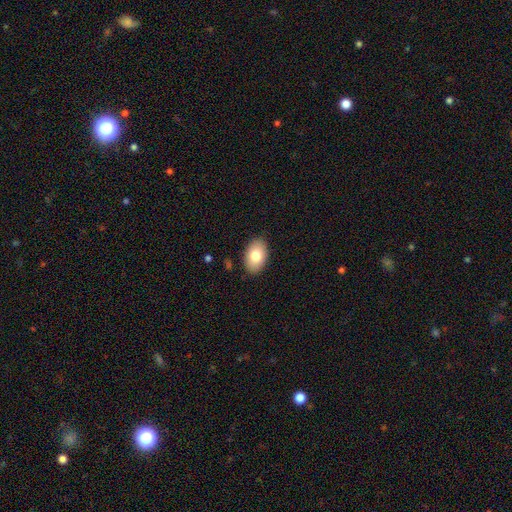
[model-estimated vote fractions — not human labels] smooth 79%, featured or disk 14%, star or artifact 7%. Down the decision tree: how rounded — in between (90%); merging — none (88%).